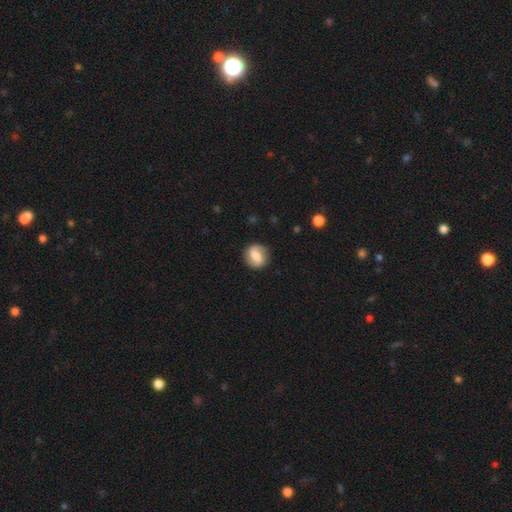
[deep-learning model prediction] A featured or disk galaxy (56%) with a weak bar (45%), spiral arms (85%) and a moderate central bulge (49%).

Vote fractions:
- Smooth or featured? featured or disk: 56% / smooth: 37% / star or artifact: 7%
- Edge-on disk? no: 97% / yes: 3%
- Bar? weak: 45% / strong: 35% / no: 20%
- Spiral arms? yes: 85% / no: 15%
- Bulge size? moderate: 49% / small: 25% / large: 15% / none: 8% / dominant: 3%
- Merging? none: 85% / minor disturbance: 10% / major disturbance: 3% / merger: 1%